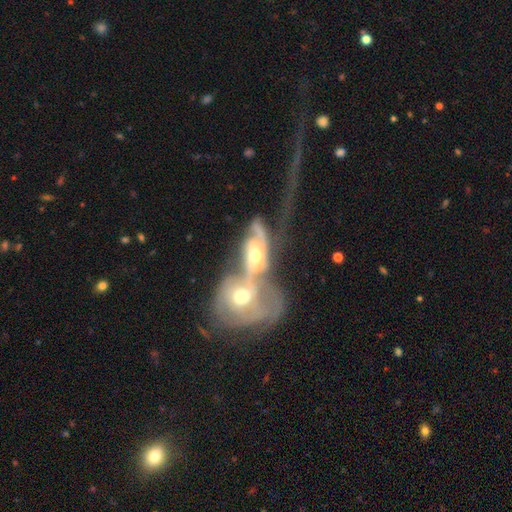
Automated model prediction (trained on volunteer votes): Morphology: type=featured or disk (74%); edge-on=no (92%); bar=no (61%); spiral arms=yes (82%); winding=tight (36%, tied with medium); arm count=2 (47%); bulge=moderate (72%); merging=merger (79%).